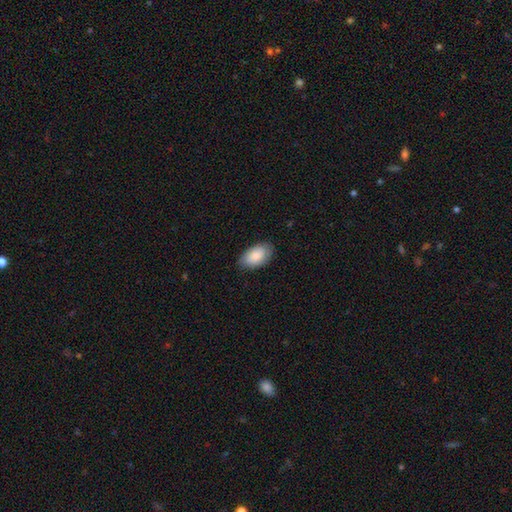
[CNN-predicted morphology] Smooth or featured?
  - smooth: 85% *
  - featured or disk: 9%
  - star or artifact: 6%
How rounded?
  - in between: 94% *
  - round: 4%
  - cigar-shaped: 2%
Merging?
  - none: 80% *
  - minor disturbance: 16%
  - major disturbance: 3%
  - merger: 1%